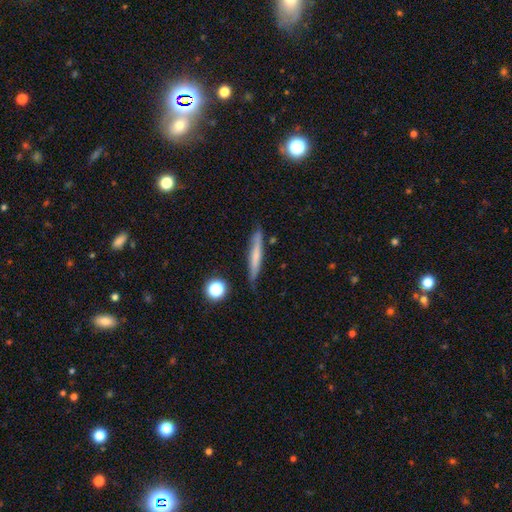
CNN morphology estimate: smooth 60%, featured or disk 33%, star or artifact 7%. Down the decision tree: how rounded — cigar-shaped (93%); merging — none (84%).